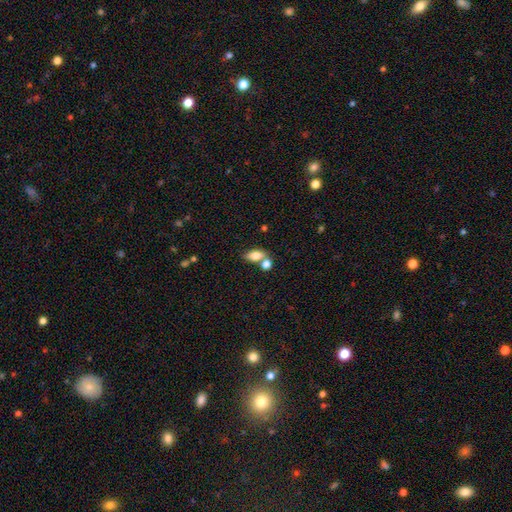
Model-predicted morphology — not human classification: A smooth galaxy with no disk features (78%) that is in between round and cigar-shaped (84%).

Vote fractions:
- Smooth or featured? smooth: 78% / featured or disk: 13% / star or artifact: 8%
- How rounded? in between: 84% / round: 9% / cigar-shaped: 7%
- Merging? none: 54% / merger: 30% / minor disturbance: 12% / major disturbance: 4%